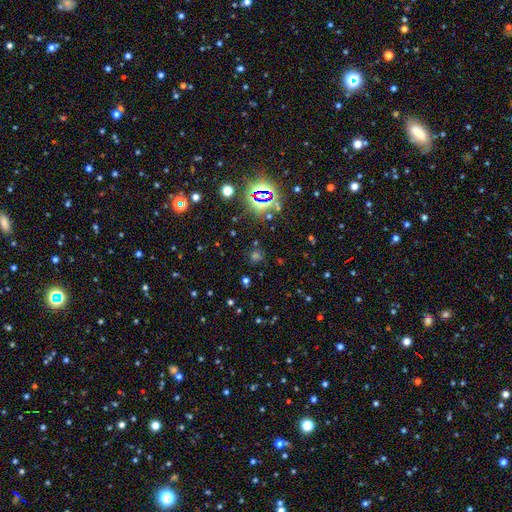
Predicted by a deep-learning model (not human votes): The model was most divided on "smooth or featured": star or artifact: 62%, smooth: 31%, featured or disk: 7%.